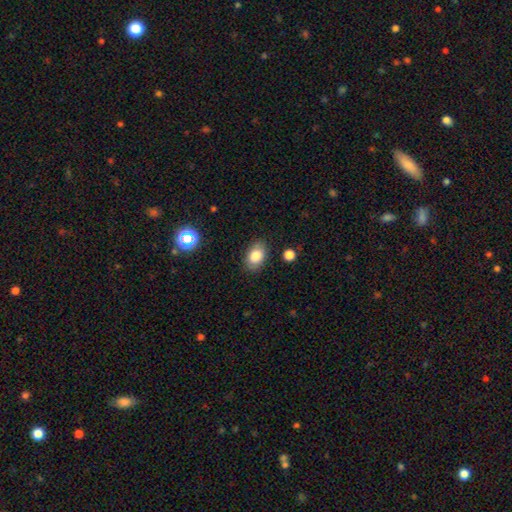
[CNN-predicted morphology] A smooth galaxy with no disk features (82%) that is in between round and cigar-shaped (83%). Merging: none (85%).